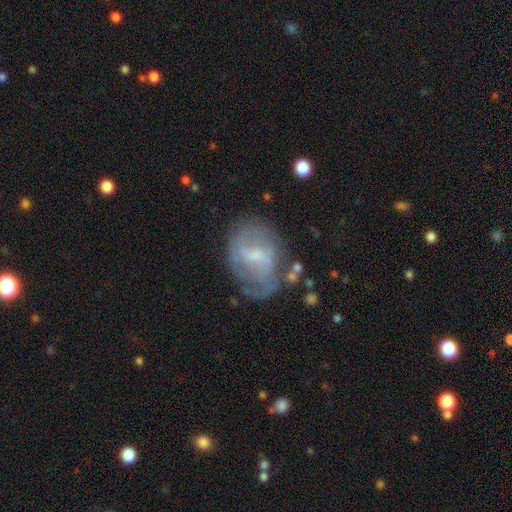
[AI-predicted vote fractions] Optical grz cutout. It shows a featured or disk galaxy (69%) with a weak bar (58%), 2 (51%) medium (43%) spiral arms (80%) and a small central bulge (47%). Merging: none (57%).